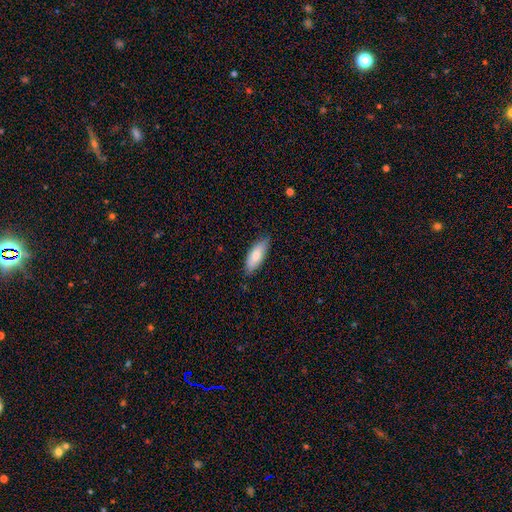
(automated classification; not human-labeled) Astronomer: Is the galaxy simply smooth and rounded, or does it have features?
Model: smooth — 79%.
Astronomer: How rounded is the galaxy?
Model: in between — 72%.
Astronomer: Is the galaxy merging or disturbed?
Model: none — 81%.